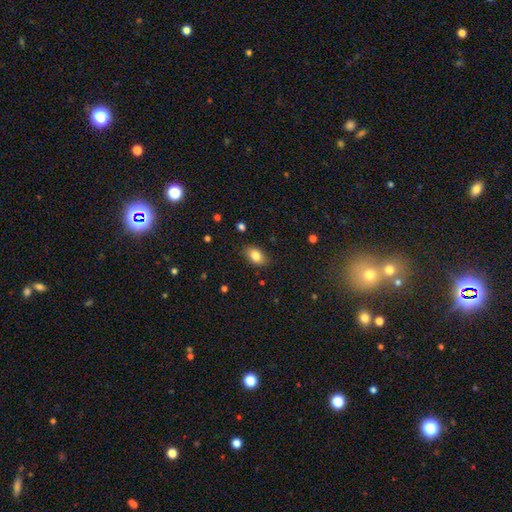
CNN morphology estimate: The model was most divided on "merging": none: 84%, minor disturbance: 12%, major disturbance: 3%, merger: 1%. More confident: how rounded — in between (86%); smooth or featured — smooth (83%).